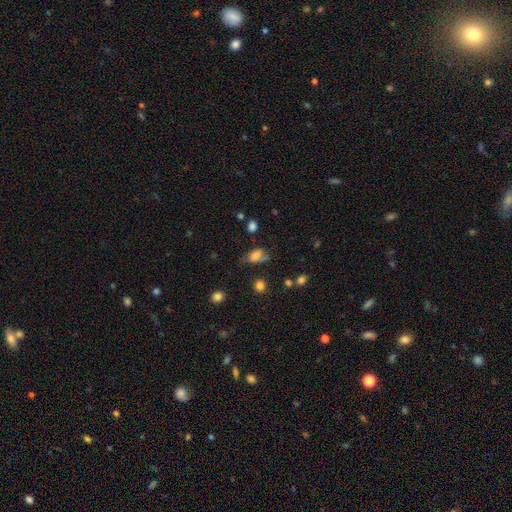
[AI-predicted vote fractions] Smooth or featured? smooth (66%)
How rounded? in between (81%)
Merging? none (42%)